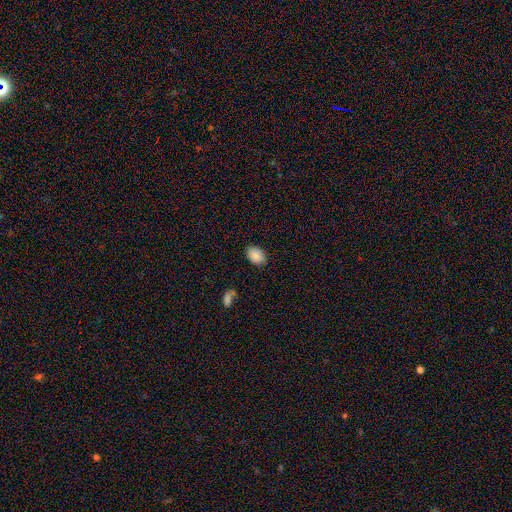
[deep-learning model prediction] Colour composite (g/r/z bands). It shows a smooth galaxy with no disk features (87%) that is in between round and cigar-shaped (83%). Merging: none (85%).